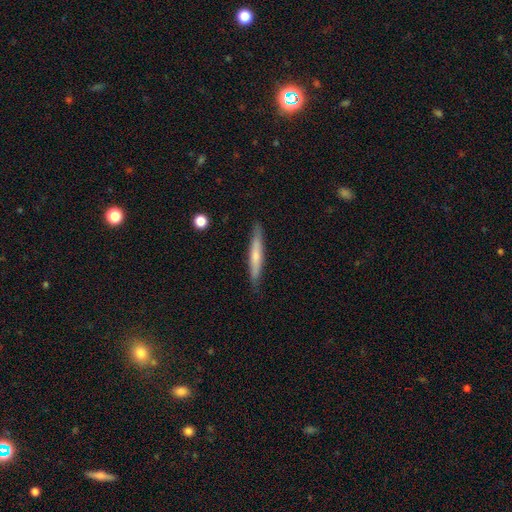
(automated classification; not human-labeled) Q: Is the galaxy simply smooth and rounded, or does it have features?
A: smooth — 57%.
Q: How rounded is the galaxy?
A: cigar-shaped — 94%.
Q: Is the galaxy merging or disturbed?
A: none — 87%.